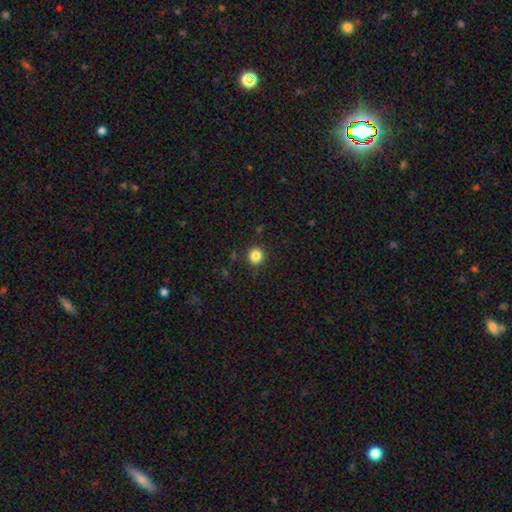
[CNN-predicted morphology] The model was most divided on "smooth or featured": smooth: 85%, star or artifact: 11%, featured or disk: 4%. More confident: merging — none (91%); how rounded — round (90%).